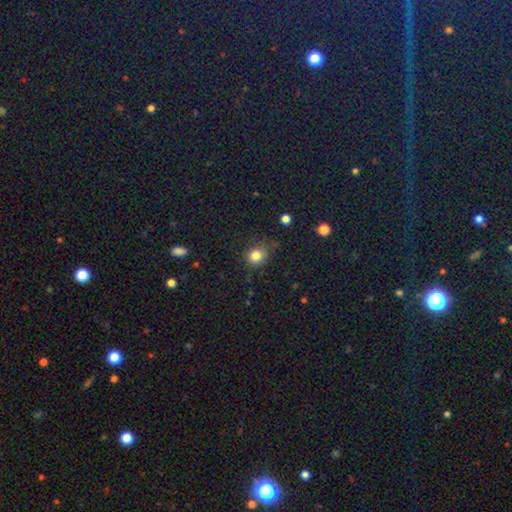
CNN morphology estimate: type=smooth (82%); roundness=round (73%); merging=none (76%).